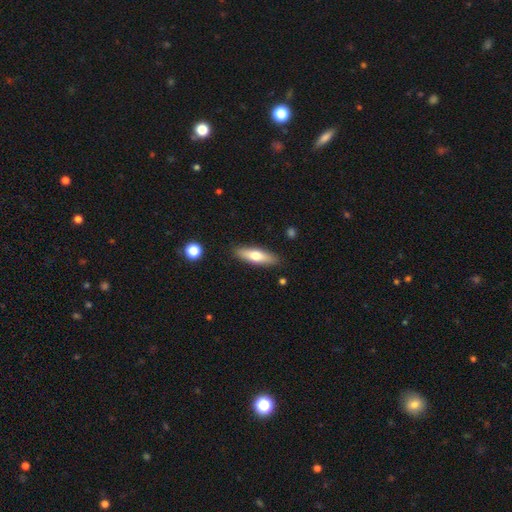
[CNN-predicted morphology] This is likely a smooth galaxy (64%). How rounded: possibly cigar-shaped (58%). Merging: clearly none (87%).